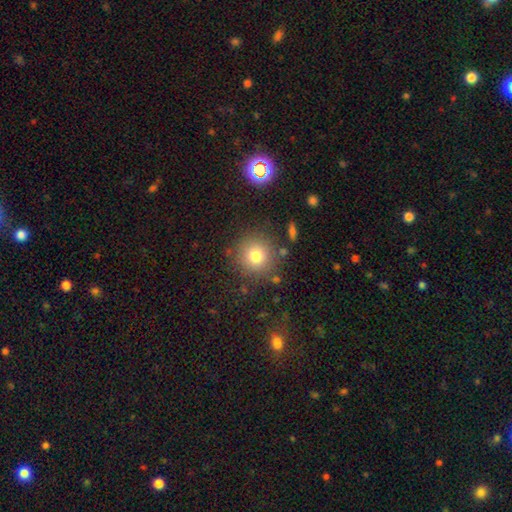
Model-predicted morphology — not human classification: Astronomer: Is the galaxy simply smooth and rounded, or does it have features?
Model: smooth — 78%.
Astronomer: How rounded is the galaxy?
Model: round — 93%.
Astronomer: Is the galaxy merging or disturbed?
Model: none — 84%.